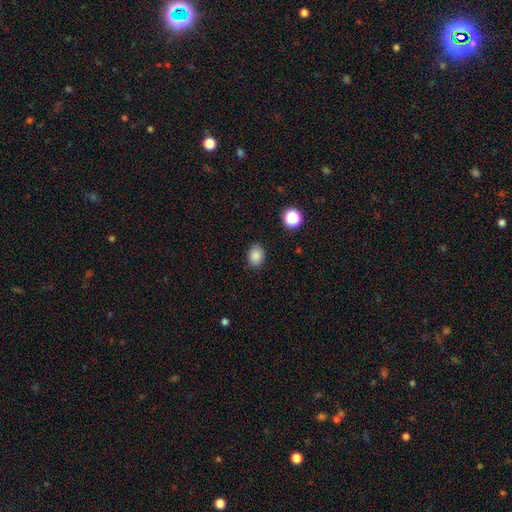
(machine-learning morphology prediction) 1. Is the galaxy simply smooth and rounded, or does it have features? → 85% smooth, 10% star or artifact, 4% featured or disk.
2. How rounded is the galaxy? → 57% in between, 42% round, 1% cigar-shaped.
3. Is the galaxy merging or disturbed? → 87% none, 9% minor disturbance, 2% major disturbance, 1% merger.